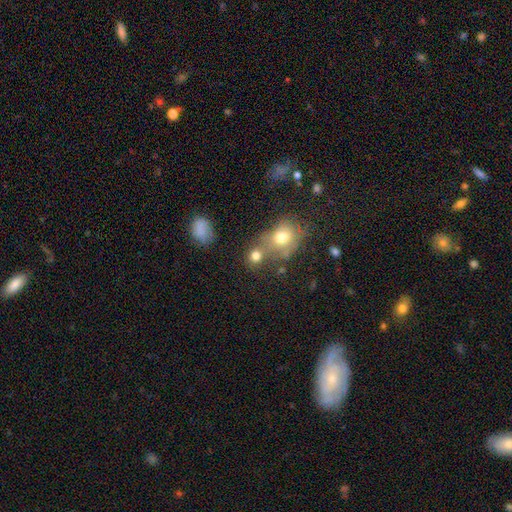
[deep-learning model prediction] Morphology: type=smooth (74%); roundness=round (71%); merging=none (45%).